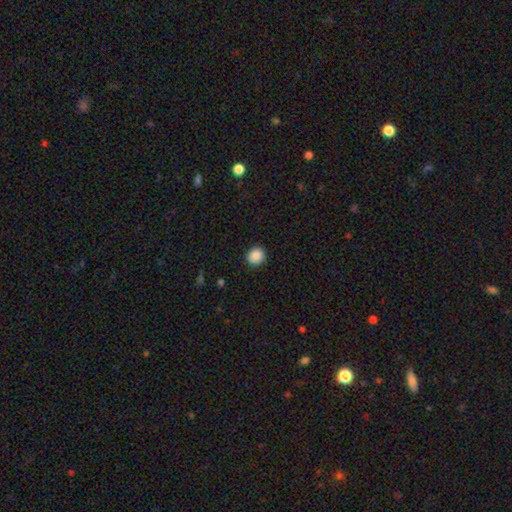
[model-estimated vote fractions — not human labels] Smooth or featured? smooth (88%)
How rounded? round (85%)
Merging? none (91%)